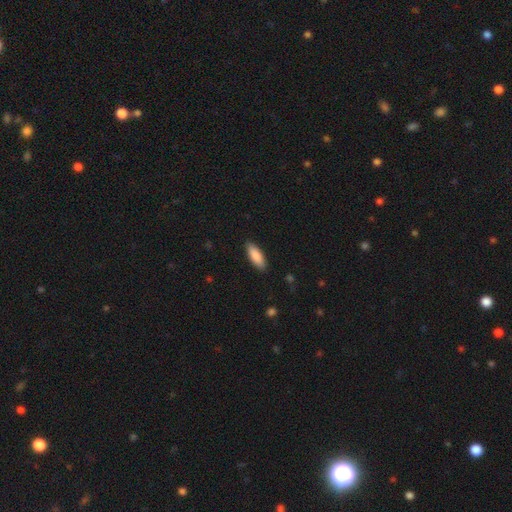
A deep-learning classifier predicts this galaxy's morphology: smooth 88%, featured or disk 7%, star or artifact 5%. Down the decision tree: how rounded — in between (68%); merging — none (88%).